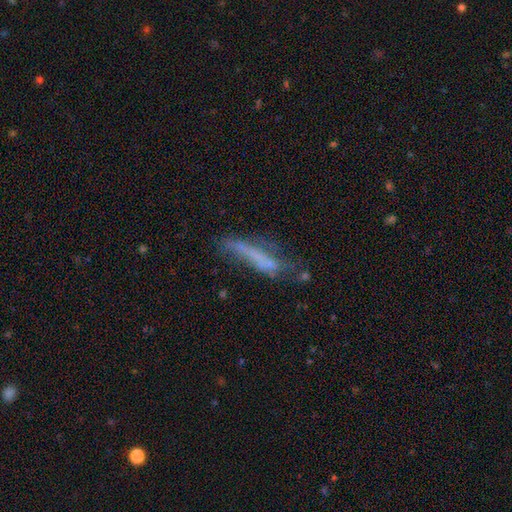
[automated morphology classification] Q: Smooth or featured?
A: smooth (47%); runner-up: featured or disk (42%)
Q: Merging?
A: none (41%); runner-up: minor disturbance (27%)